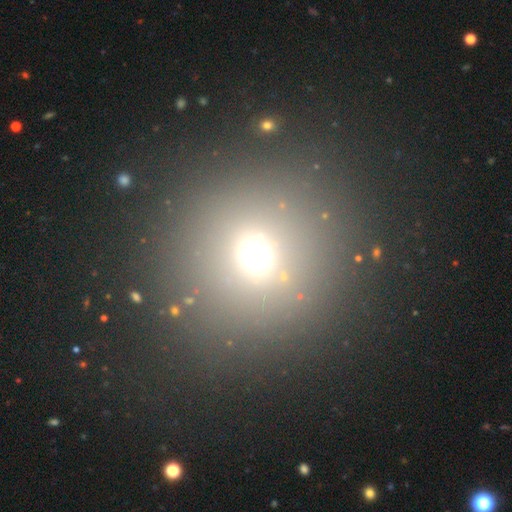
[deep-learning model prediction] Q: Smooth or featured?
A: smooth (63%); runner-up: star or artifact (27%)
Q: How rounded?
A: round (92%); runner-up: in between (7%)
Q: Merging?
A: none (86%); runner-up: minor disturbance (7%)